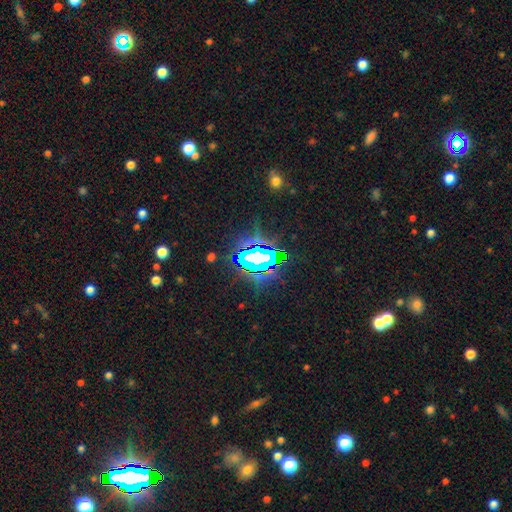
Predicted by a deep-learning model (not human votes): The model was most divided on "smooth or featured": star or artifact: 70%, smooth: 15%, featured or disk: 14%.